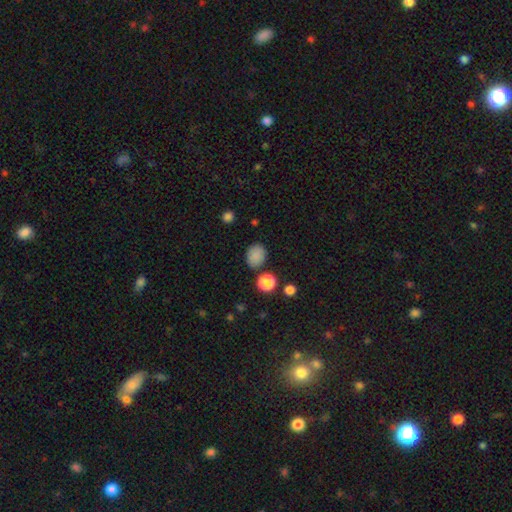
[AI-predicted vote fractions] Smooth or featured? Predicted: smooth (p=0.84). How rounded? Predicted: in between (p=0.56). Merging? Predicted: none (p=0.81).